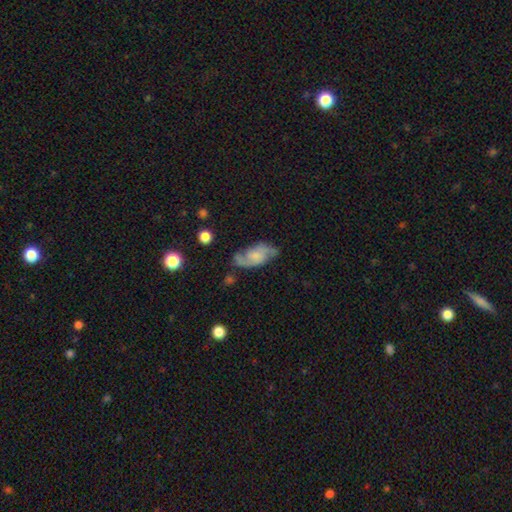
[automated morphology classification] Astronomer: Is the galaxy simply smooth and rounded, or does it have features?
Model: featured or disk — 69%.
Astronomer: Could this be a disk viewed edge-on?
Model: no — 94%.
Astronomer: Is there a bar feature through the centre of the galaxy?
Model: no — 56% (runner-up: weak, 36%).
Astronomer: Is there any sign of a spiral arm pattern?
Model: yes — 92%.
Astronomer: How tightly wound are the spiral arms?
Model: medium — 46% (runner-up: loose, 34%).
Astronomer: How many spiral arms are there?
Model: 2 — 86%.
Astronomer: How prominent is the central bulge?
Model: small — 36% (runner-up: none, 30%).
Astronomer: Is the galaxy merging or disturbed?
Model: none — 67%.